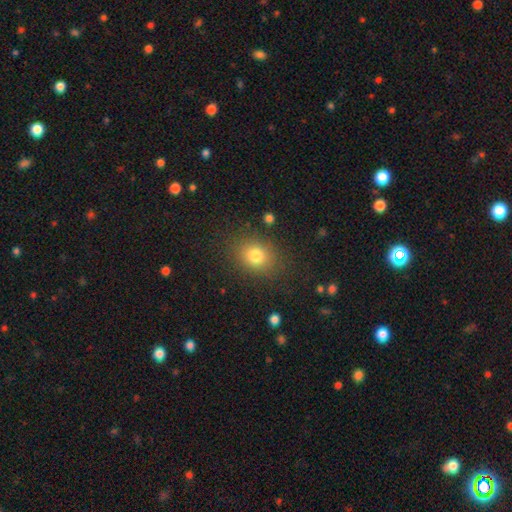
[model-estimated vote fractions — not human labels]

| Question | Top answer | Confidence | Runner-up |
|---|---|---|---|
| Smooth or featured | smooth | 79% | star or artifact (13%) |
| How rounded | round | 50% | in between (49%) |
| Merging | none | 83% | minor disturbance (11%) |